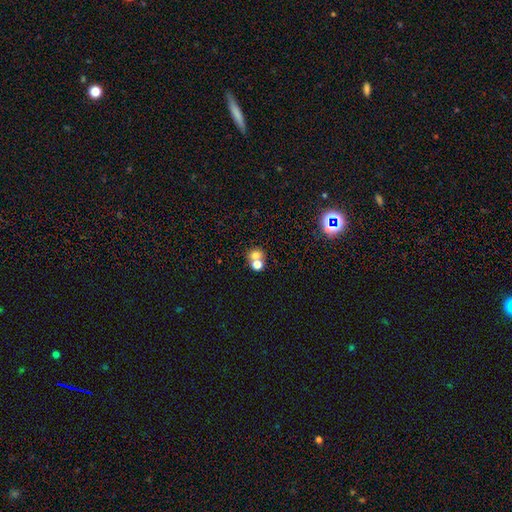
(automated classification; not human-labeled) This is likely a smooth galaxy (70%). How rounded: likely round (73%). Merging: possibly merger (53%).